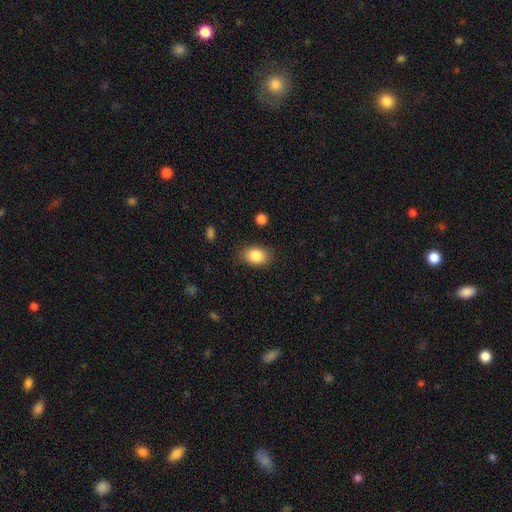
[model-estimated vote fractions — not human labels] Overall: smooth (85%). How rounded: in between (77%). Merging: none (84%).